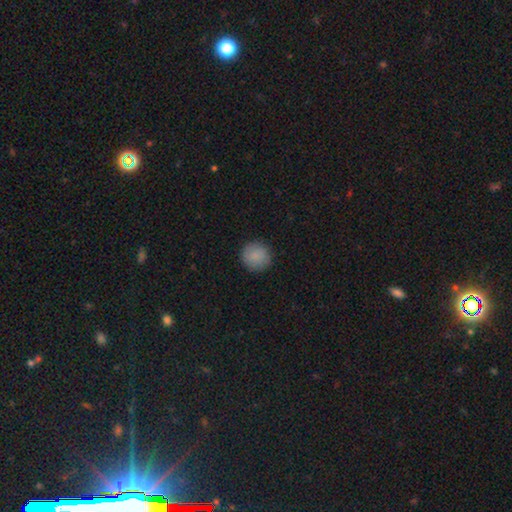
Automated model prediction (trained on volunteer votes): smooth 88%, star or artifact 8%, featured or disk 4%. Down the decision tree: how rounded — round (92%); merging — none (89%).